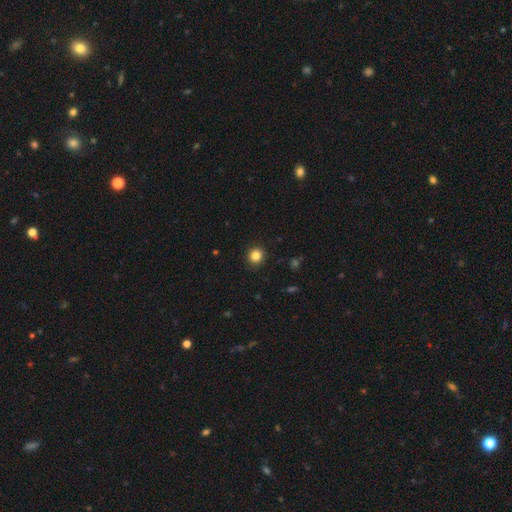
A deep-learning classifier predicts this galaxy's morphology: Smooth or featured?
  - smooth: 84% *
  - star or artifact: 12%
  - featured or disk: 5%
How rounded?
  - round: 91% *
  - in between: 8%
  - cigar-shaped: 1%
Merging?
  - none: 92% *
  - minor disturbance: 6%
  - major disturbance: 2%
  - merger: 1%